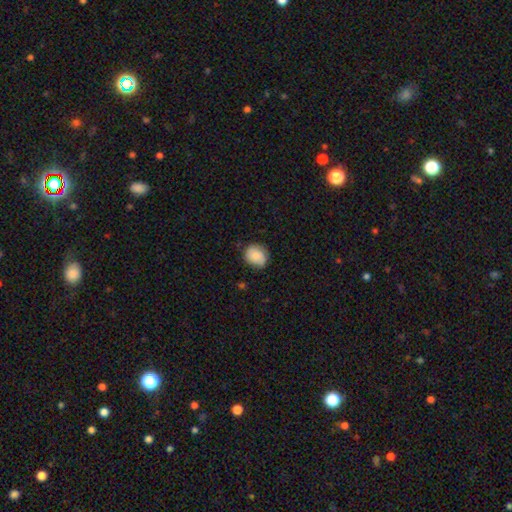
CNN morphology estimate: Smooth or featured? smooth (82%)
How rounded? round (66%)
Merging? none (72%)